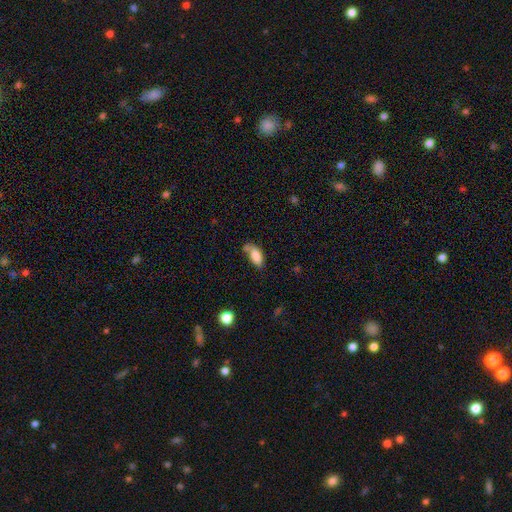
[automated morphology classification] A smooth galaxy with no disk features (82%) that is in between round and cigar-shaped (90%). Merging: none (43%).